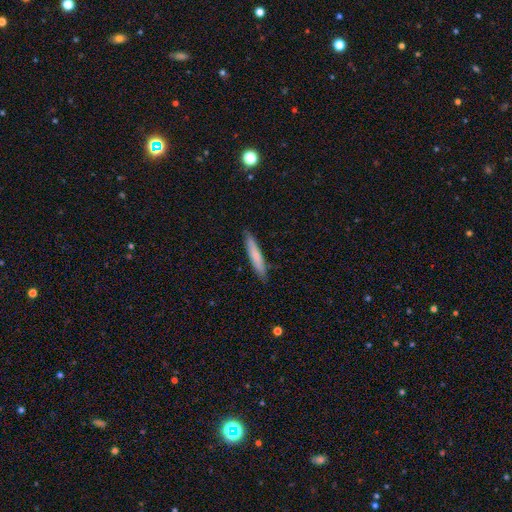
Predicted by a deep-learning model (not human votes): A smooth galaxy with no disk features (74%) that is cigar-shaped (93%). Merging: none (88%).